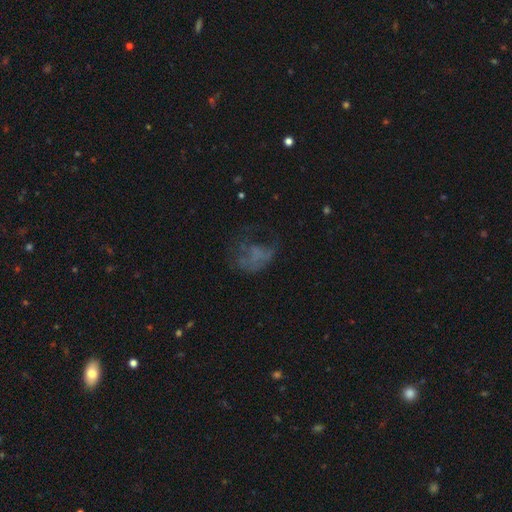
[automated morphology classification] A featured or disk galaxy (39%). Merging: major disturbance (44%).